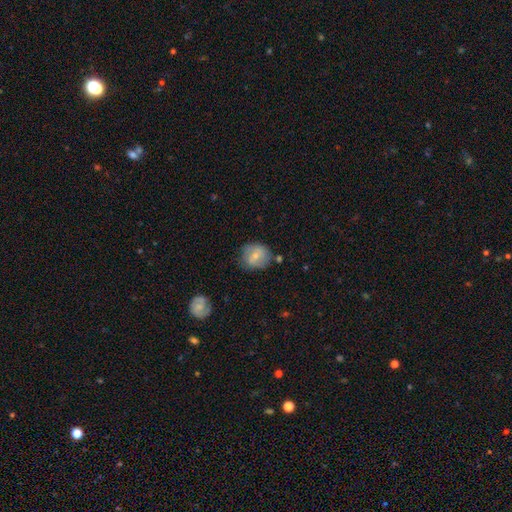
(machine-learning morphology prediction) This appears to be a smooth galaxy with no disk features (62%) that is round (74%). Merging: none (67%).